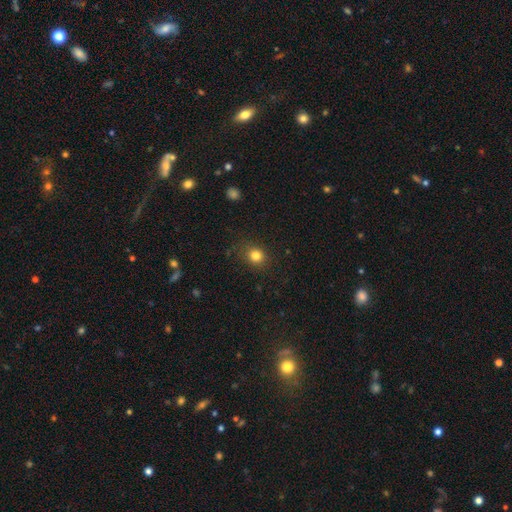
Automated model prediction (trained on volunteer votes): This appears to be a smooth galaxy with no disk features (81%) that is round (76%). Merging: none (82%).